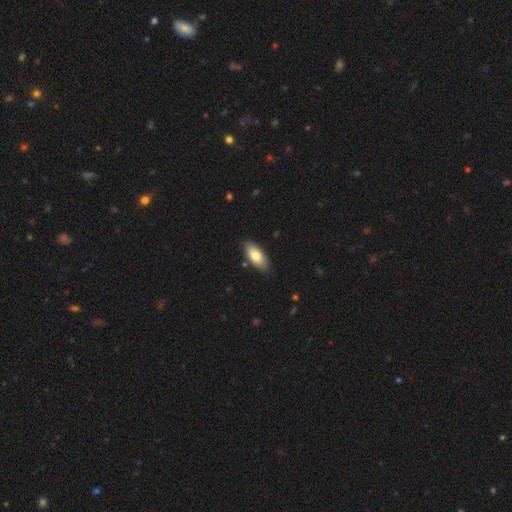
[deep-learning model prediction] smooth 76%, featured or disk 18%, star or artifact 6%. Down the decision tree: how rounded — in between (85%); merging — none (85%).